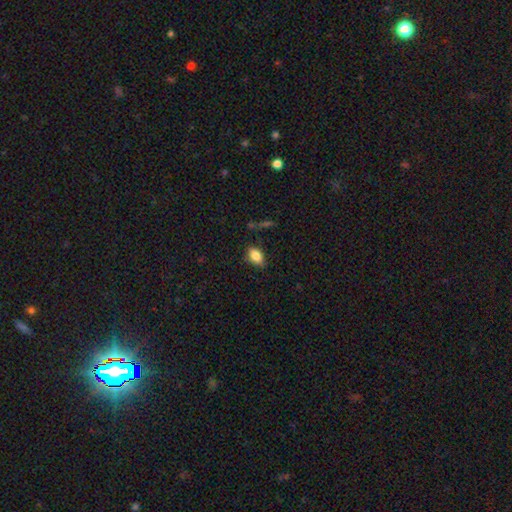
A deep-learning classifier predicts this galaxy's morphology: Smooth or featured: smooth — 85% (star or artifact — 8%)
How rounded: in between — 87% (round — 11%)
Merging: none — 80% (minor disturbance — 15%)